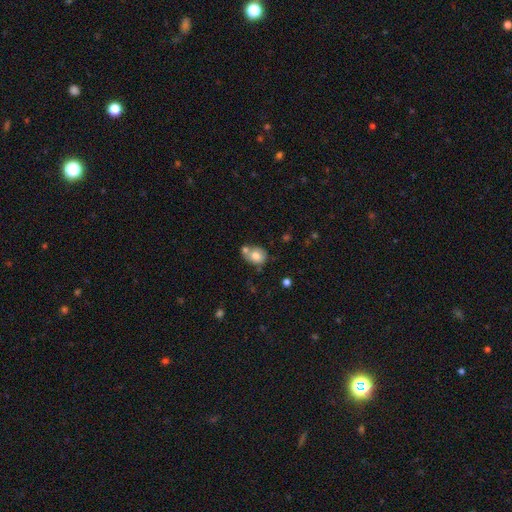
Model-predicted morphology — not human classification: This appears to be a smooth galaxy with no disk features (74%) that is round (61%). Merging: none (42%).